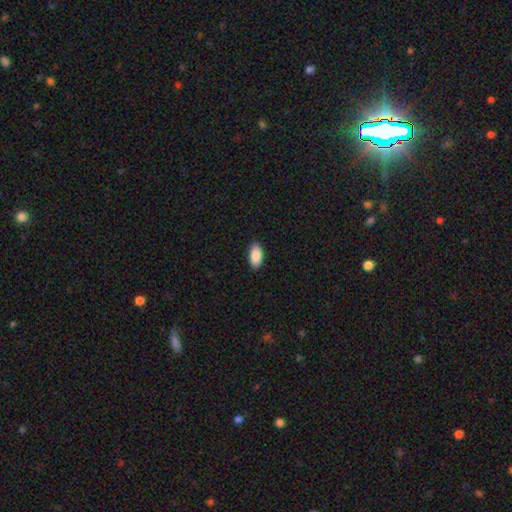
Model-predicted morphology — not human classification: Smooth or featured? Predicted: smooth (p=0.89). How rounded? Predicted: in between (p=0.94). Merging? Predicted: none (p=0.89).